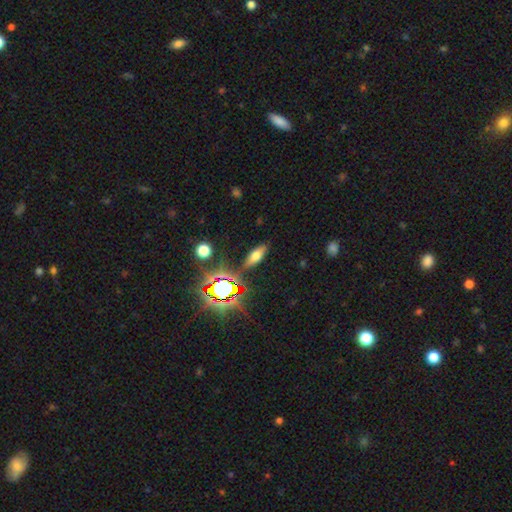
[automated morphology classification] Smooth or featured? Predicted: smooth (p=0.58). How rounded? Predicted: in between (p=0.67). Merging? Predicted: none (p=0.82).